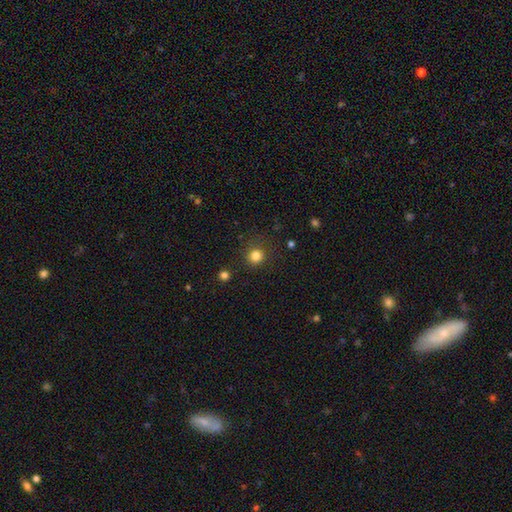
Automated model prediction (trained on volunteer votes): This is clearly a smooth galaxy (82%). How rounded: clearly round (92%). Merging: clearly none (85%).